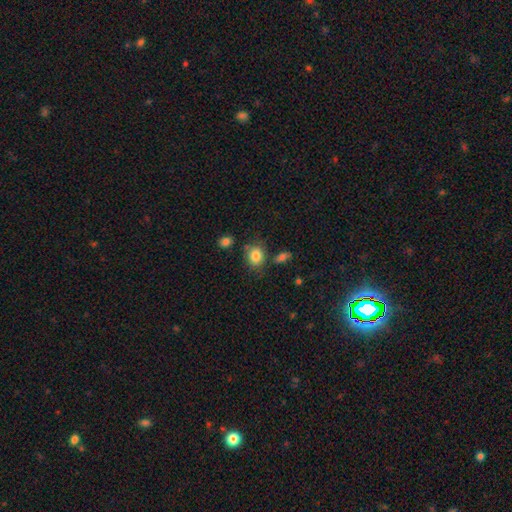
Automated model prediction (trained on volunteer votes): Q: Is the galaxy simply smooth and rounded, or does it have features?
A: smooth — 84%.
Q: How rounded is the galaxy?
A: round — 61%.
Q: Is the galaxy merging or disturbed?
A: none — 72%.